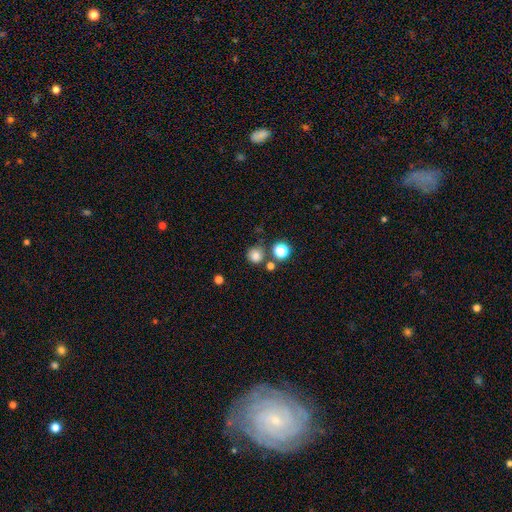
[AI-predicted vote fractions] A smooth galaxy with no disk features (79%) that is round (92%). Merging: none (74%).